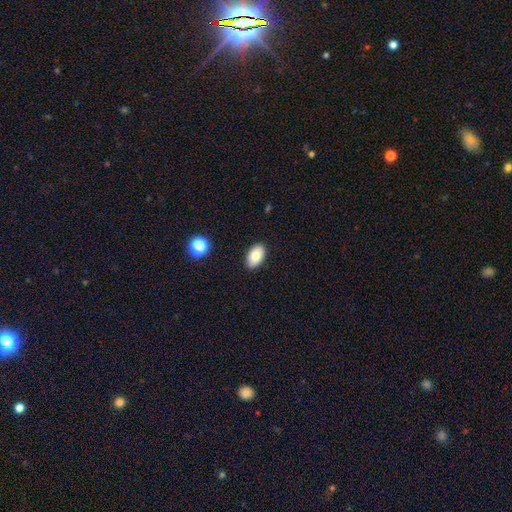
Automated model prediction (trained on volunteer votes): Smooth or featured? smooth (84%)
How rounded? in between (93%)
Merging? none (89%)